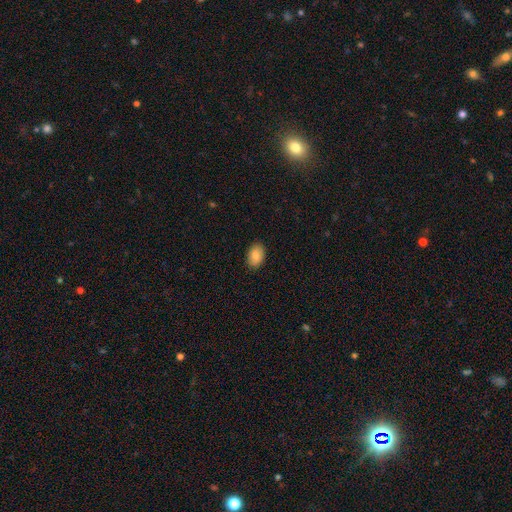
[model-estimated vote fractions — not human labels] Q: Smooth or featured?
A: smooth (86%); runner-up: featured or disk (7%)
Q: How rounded?
A: in between (87%); runner-up: round (11%)
Q: Merging?
A: none (88%); runner-up: minor disturbance (9%)